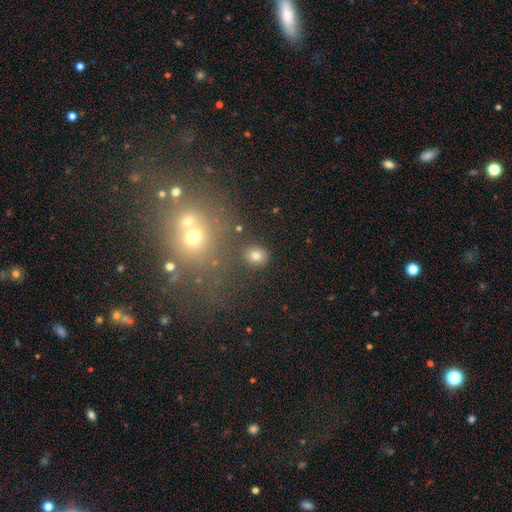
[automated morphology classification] This is likely a smooth galaxy (77%). How rounded: likely round (74%). Merging: clearly none (84%).